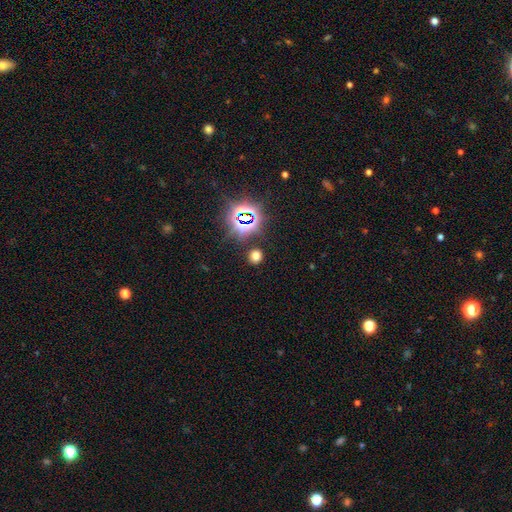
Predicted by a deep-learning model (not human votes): Smooth or featured? smooth (63%)
How rounded? round (75%)
Merging? none (87%)